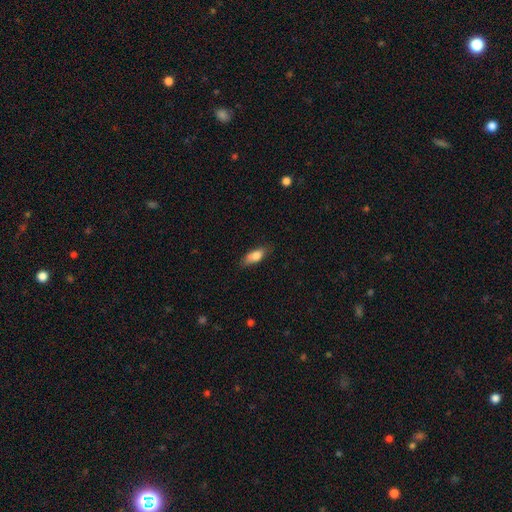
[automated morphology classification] This is likely a smooth galaxy (78%). How rounded: likely in between (75%). Merging: likely none (70%).